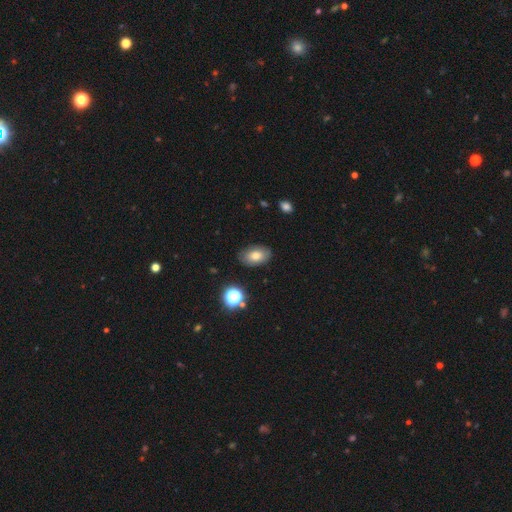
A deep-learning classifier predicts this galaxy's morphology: Smooth or featured: smooth — 74% (featured or disk — 15%)
How rounded: in between — 88% (round — 10%)
Merging: none — 84% (minor disturbance — 12%)